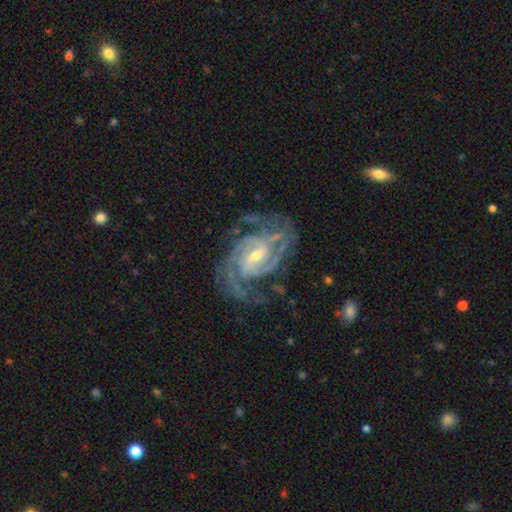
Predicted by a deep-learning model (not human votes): Morphology: type=featured or disk (93%); edge-on=no (97%); bar=weak (54%); spiral arms=yes (98%); winding=tight (47%); arm count=2 (40%); bulge=small (57%); merging=none (67%).